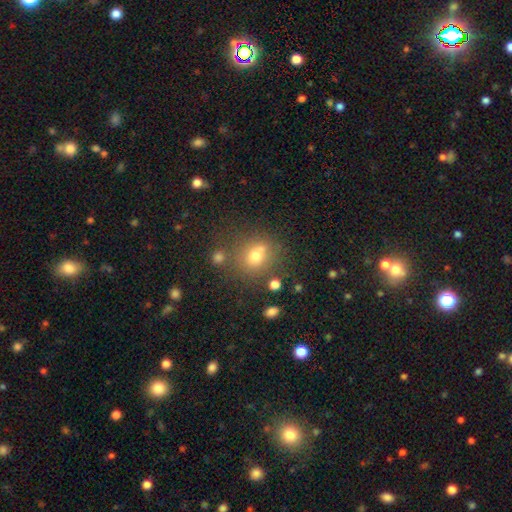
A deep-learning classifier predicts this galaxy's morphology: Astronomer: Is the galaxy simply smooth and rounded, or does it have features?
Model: smooth — 68%.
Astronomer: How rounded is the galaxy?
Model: round — 59% (runner-up: in between, 39%).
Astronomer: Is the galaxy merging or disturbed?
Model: none — 60%.